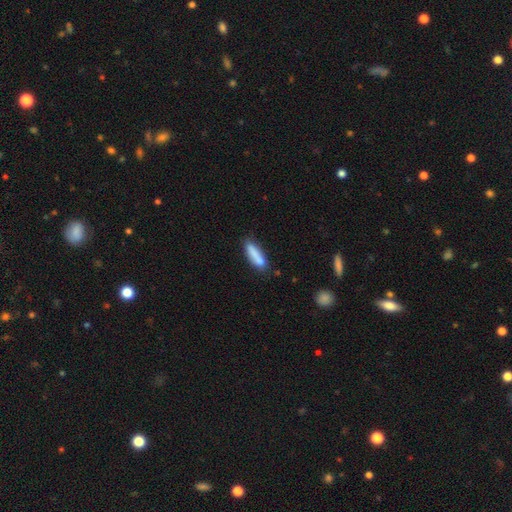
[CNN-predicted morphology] Smooth or featured? smooth (81%)
How rounded? cigar-shaped (64%)
Merging? none (69%)